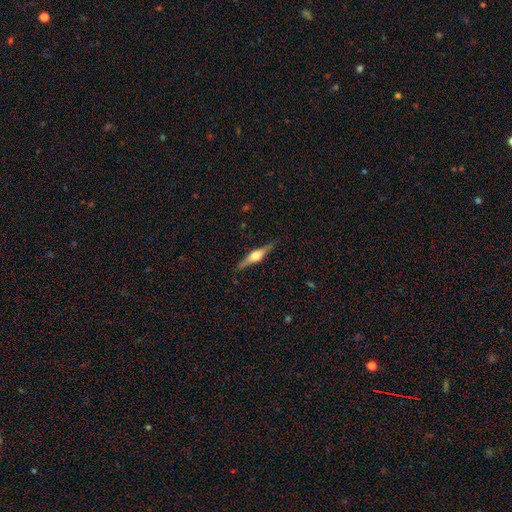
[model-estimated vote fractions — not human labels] Smooth or featured: featured or disk — 72% (smooth — 22%)
Edge-on disk: yes — 97% (no — 3%)
Edge-on bulge: rounded — 91% (boxy — 7%)
Merging: none — 88% (minor disturbance — 9%)